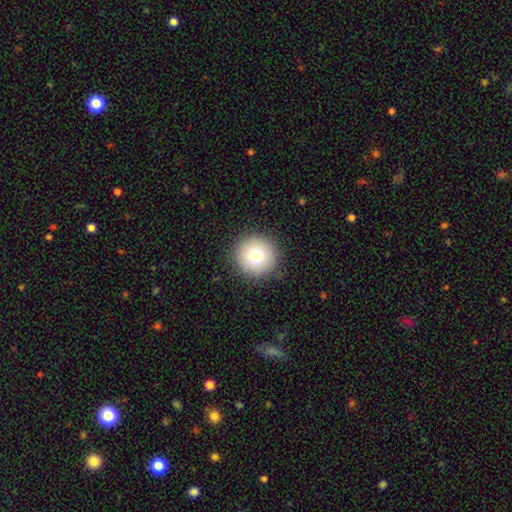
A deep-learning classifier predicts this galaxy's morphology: Smooth or featured?
  - smooth: 76% *
  - featured or disk: 13%
  - star or artifact: 11%
How rounded?
  - round: 96% *
  - in between: 3%
  - cigar-shaped: 1%
Merging?
  - none: 90% *
  - minor disturbance: 7%
  - major disturbance: 2%
  - merger: 1%